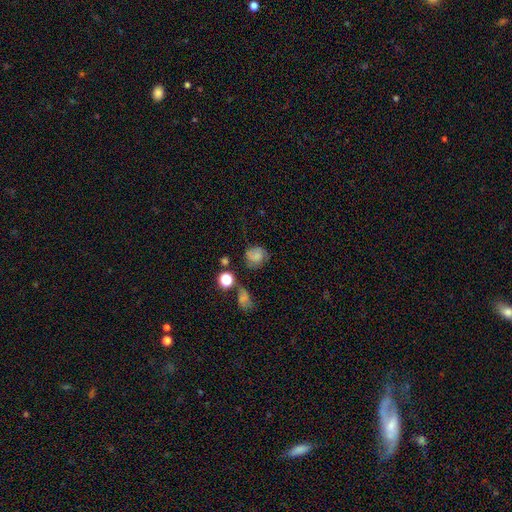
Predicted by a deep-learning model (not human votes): Smooth or featured? smooth (63%)
How rounded? round (75%)
Merging? none (58%)